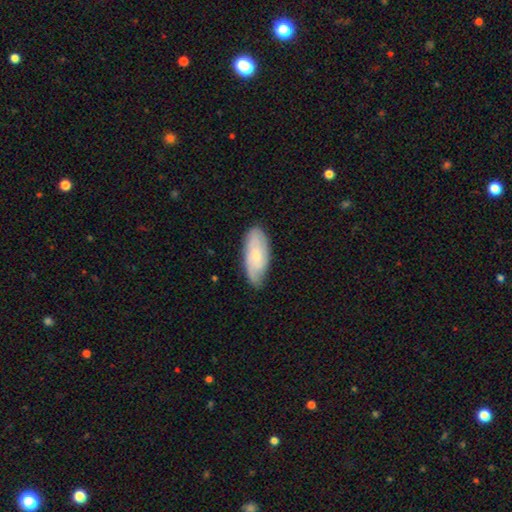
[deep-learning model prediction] Overall: smooth (56%; featured or disk 38%). How rounded: in between (82%). Merging: none (73%).